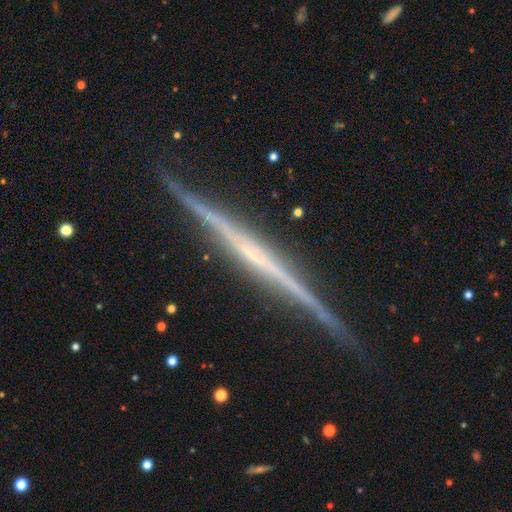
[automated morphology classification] A featured or disk galaxy (85%) viewed edge-on (98%) with no central bulge (72%). Merging: none (90%).